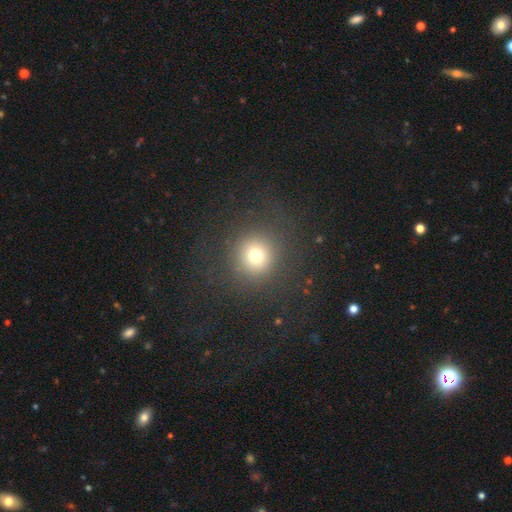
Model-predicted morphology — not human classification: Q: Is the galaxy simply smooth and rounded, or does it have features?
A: smooth — 73%.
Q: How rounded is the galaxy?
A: round — 92%.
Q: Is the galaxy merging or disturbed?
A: none — 85%.